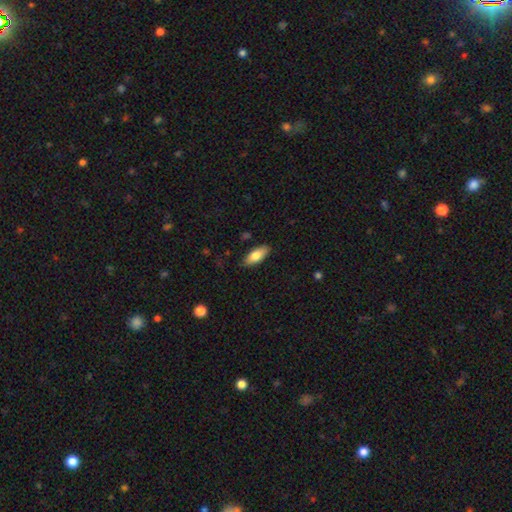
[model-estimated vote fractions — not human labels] smooth 80%, featured or disk 14%, star or artifact 6%. Down the decision tree: how rounded — in between (83%); merging — none (84%).